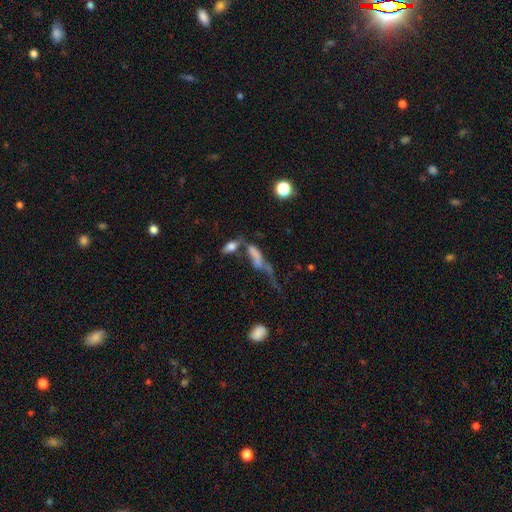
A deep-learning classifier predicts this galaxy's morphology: Smooth or featured? Predicted: smooth (p=0.53). How rounded? Predicted: in between (p=0.54). Merging? Predicted: merger (p=0.44).